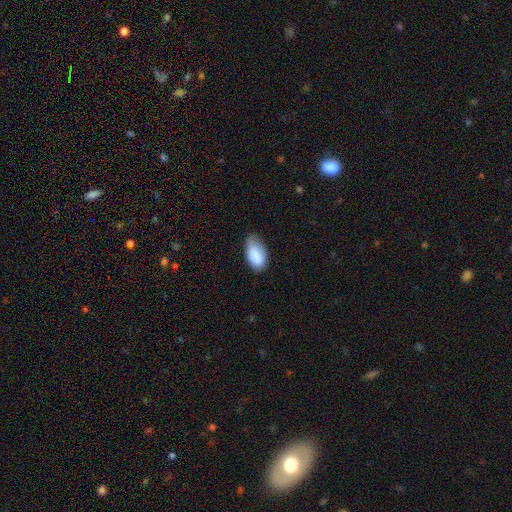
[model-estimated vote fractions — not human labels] Smooth or featured?
  - smooth: 87% *
  - star or artifact: 7%
  - featured or disk: 6%
How rounded?
  - in between: 94% *
  - round: 4%
  - cigar-shaped: 2%
Merging?
  - none: 47% *
  - minor disturbance: 42%
  - major disturbance: 9%
  - merger: 2%